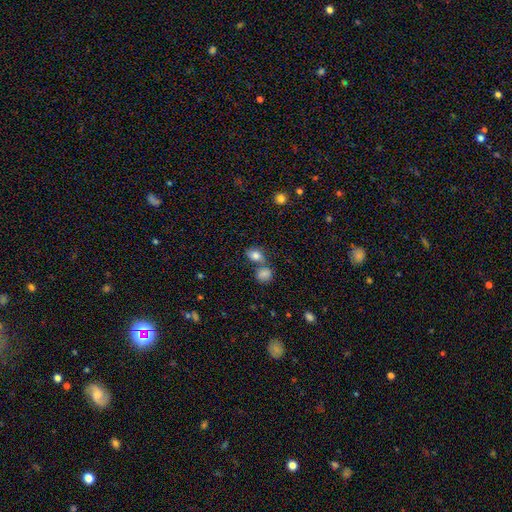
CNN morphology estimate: This is clearly a smooth galaxy (81%). How rounded: likely in between (67%). Merging: marginally none (45%).